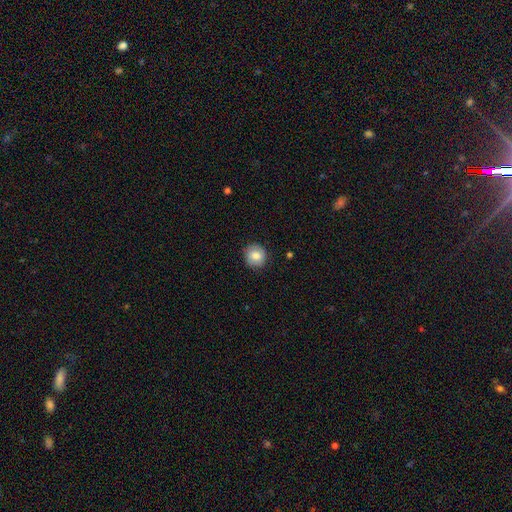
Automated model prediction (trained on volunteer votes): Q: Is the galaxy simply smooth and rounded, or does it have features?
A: smooth — 81%.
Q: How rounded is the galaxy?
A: round — 90%.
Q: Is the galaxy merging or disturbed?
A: none — 87%.